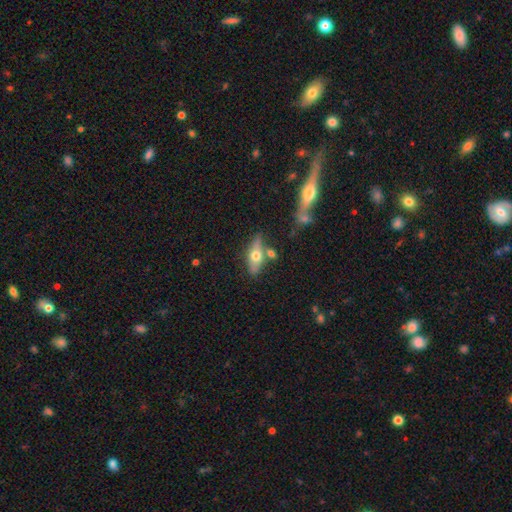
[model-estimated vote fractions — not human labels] Smooth or featured: smooth — 51% (featured or disk — 42%)
How rounded: in between — 65% (cigar-shaped — 30%)
Merging: none — 63% (minor disturbance — 16%)